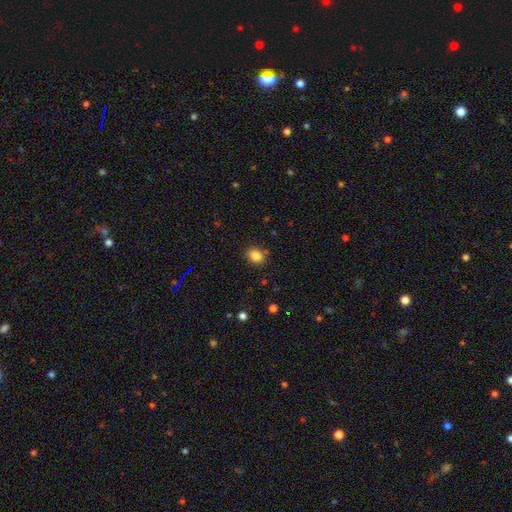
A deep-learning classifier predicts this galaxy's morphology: This is clearly a smooth galaxy (84%). How rounded: possibly round (52%). Merging: clearly none (86%).